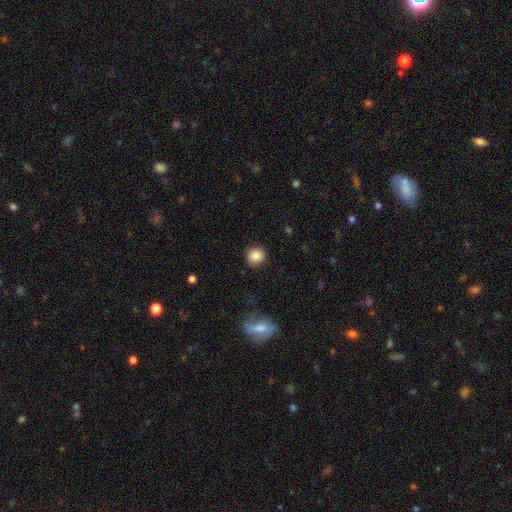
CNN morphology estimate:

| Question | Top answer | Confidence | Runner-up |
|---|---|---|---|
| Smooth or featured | smooth | 86% | star or artifact (9%) |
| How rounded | round | 90% | in between (9%) |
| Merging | none | 87% | minor disturbance (9%) |